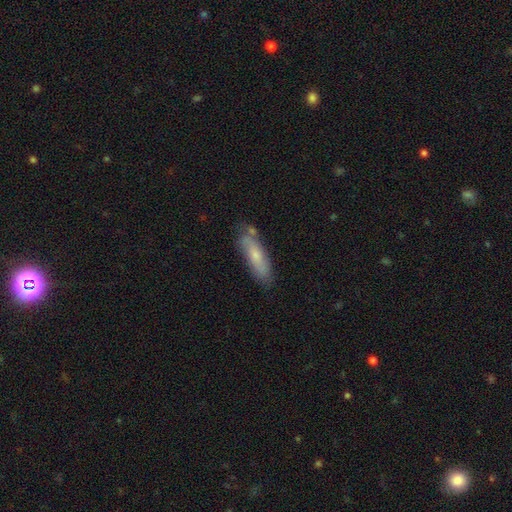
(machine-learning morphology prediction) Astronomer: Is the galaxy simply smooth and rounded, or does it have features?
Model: smooth — 64%.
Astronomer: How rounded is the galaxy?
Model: cigar-shaped — 59% (runner-up: in between, 39%).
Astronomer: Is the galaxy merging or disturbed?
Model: none — 65%.